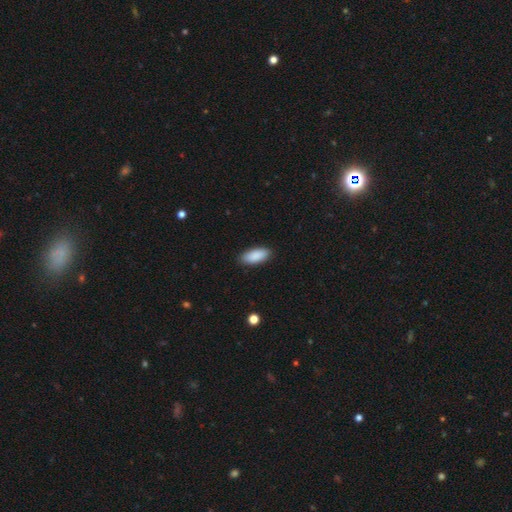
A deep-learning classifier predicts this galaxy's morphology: Smooth or featured: smooth — 90% (star or artifact — 6%)
How rounded: in between — 87% (cigar-shaped — 12%)
Merging: none — 88% (minor disturbance — 9%)